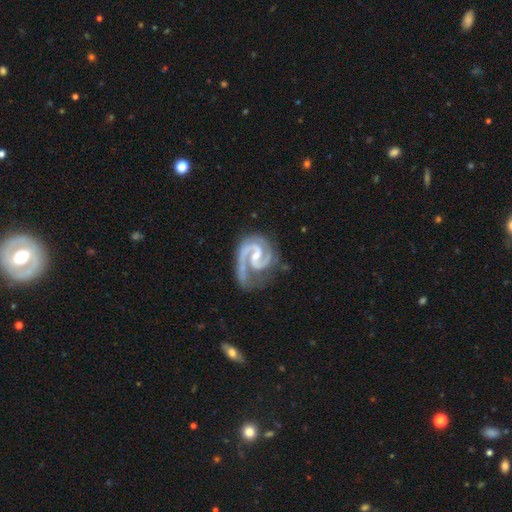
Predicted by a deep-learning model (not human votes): featured or disk 94%, star or artifact 4%, smooth 2%. Down the decision tree: edge-on disk — no (98%); bar — weak (51%); spiral arms — yes (99%); spiral arm count — 2 (91%); spiral winding — medium (58%); bulge size — small (57%); merging — none (64%).